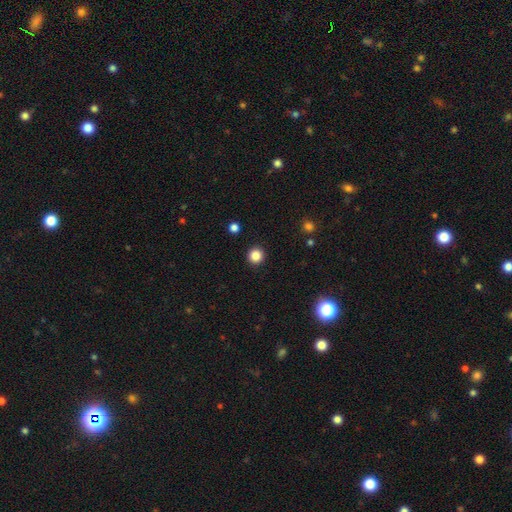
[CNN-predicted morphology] This appears to be a smooth galaxy with no disk features (86%) that is round (94%). Merging: none (93%).